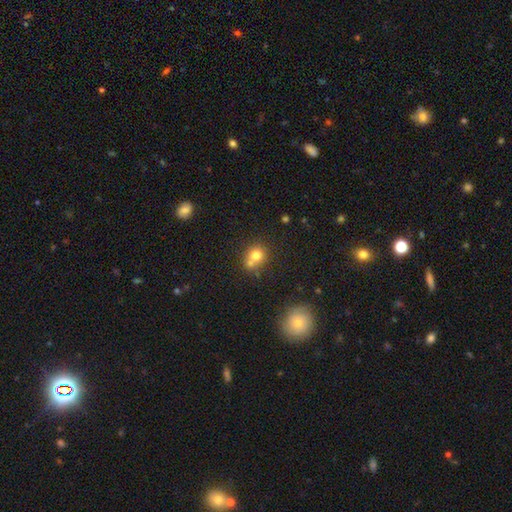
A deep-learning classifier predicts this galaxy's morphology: smooth 74%, featured or disk 14%, star or artifact 12%. Down the decision tree: how rounded — round (79%); merging — none (46%).